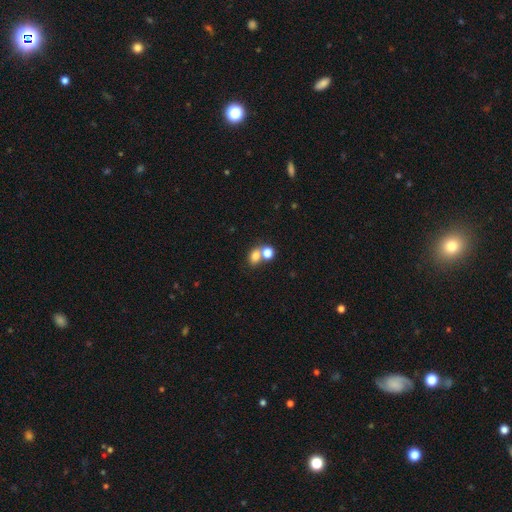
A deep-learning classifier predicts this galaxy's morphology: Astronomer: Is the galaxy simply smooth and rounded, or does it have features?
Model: smooth — 76%.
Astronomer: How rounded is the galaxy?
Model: in between — 50% (runner-up: round, 48%).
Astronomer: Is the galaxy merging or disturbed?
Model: merger — 47% (runner-up: none, 41%).